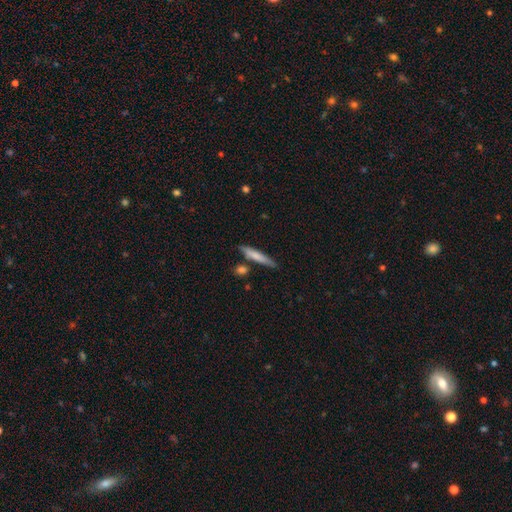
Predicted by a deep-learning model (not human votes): Morphology: type=smooth (70%); roundness=cigar-shaped (90%); merging=none (76%).